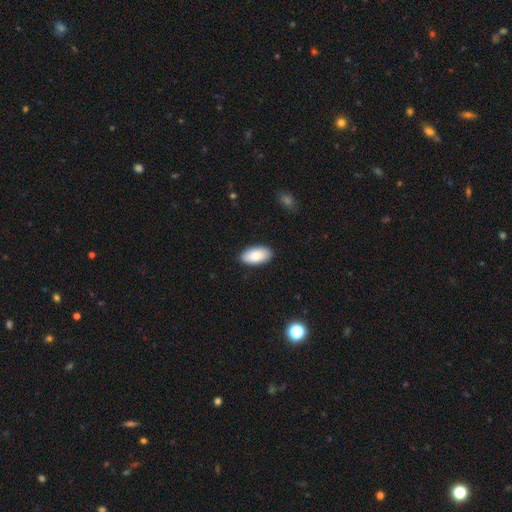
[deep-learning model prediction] Q: Smooth or featured?
A: smooth (86%); runner-up: featured or disk (8%)
Q: How rounded?
A: in between (95%); runner-up: cigar-shaped (3%)
Q: Merging?
A: none (88%); runner-up: minor disturbance (10%)